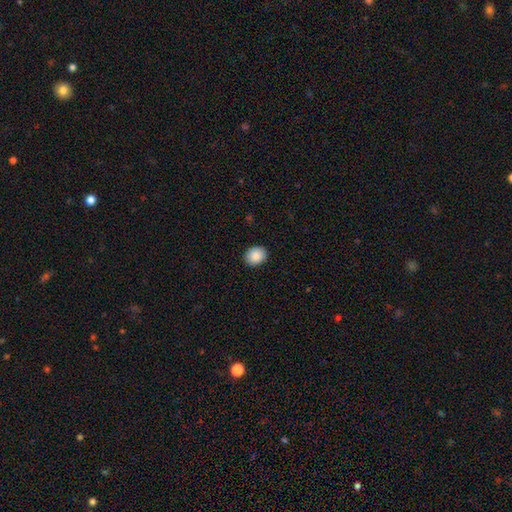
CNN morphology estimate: The model was most divided on "how rounded": round: 54%, in between: 45%, cigar-shaped: 1%. More confident: merging — none (90%); smooth or featured — smooth (89%).